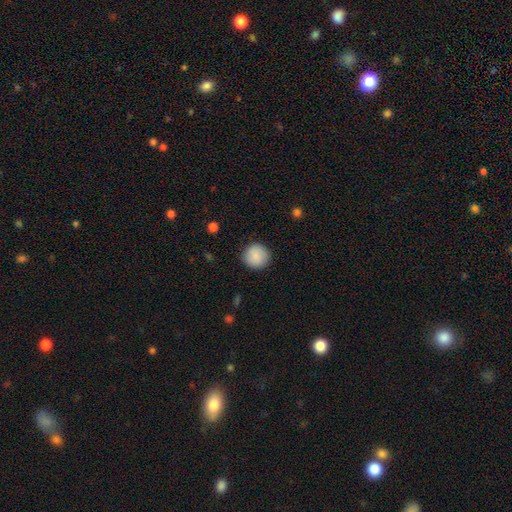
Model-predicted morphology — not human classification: Smooth or featured?
  - smooth: 88% *
  - star or artifact: 7%
  - featured or disk: 6%
How rounded?
  - round: 95% *
  - in between: 4%
  - cigar-shaped: 1%
Merging?
  - none: 90% *
  - minor disturbance: 7%
  - major disturbance: 2%
  - merger: 1%